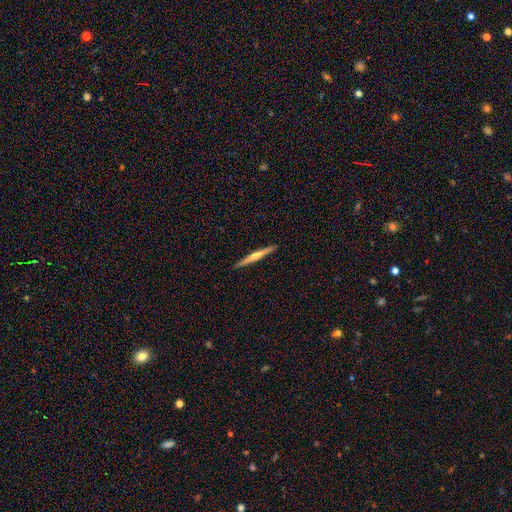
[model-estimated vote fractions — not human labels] This appears to be a featured or disk galaxy (60%) viewed edge-on (98%) with a rounded central bulge (67%). Merging: none (92%).